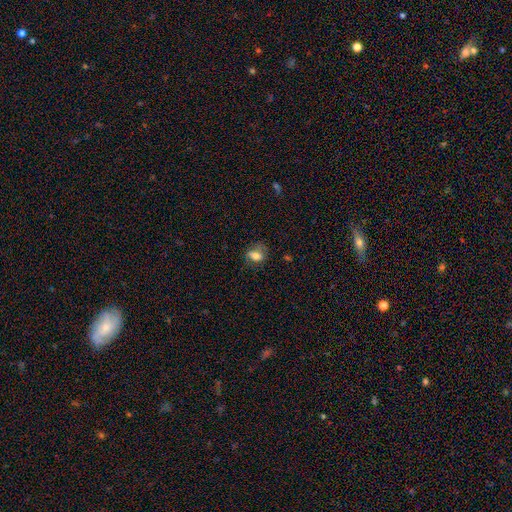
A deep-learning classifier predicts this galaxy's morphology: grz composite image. It shows a smooth galaxy with no disk features (70%) that is in between round and cigar-shaped (73%). Merging: none (55%).